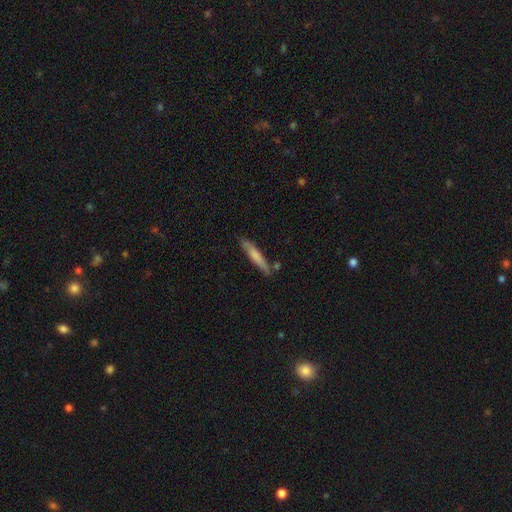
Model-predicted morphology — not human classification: Q: Smooth or featured?
A: smooth (68%); runner-up: featured or disk (26%)
Q: How rounded?
A: cigar-shaped (91%); runner-up: in between (7%)
Q: Merging?
A: none (79%); runner-up: minor disturbance (14%)